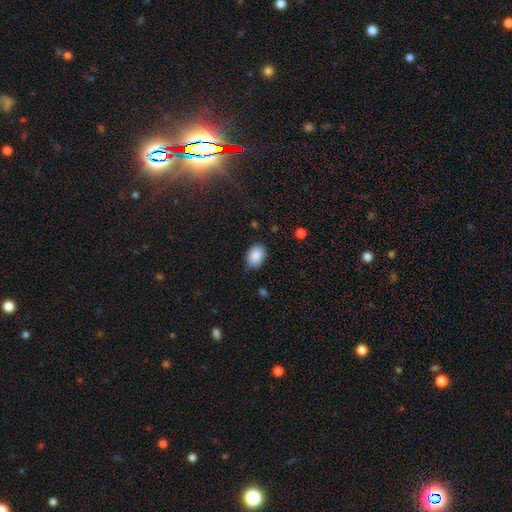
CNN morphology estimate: type=smooth (89%); roundness=in between (84%); merging=none (81%).